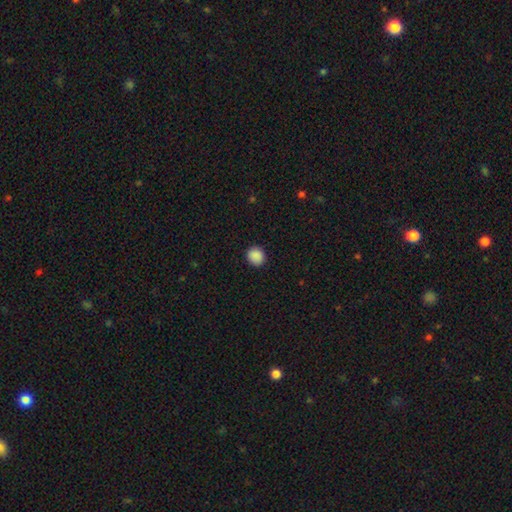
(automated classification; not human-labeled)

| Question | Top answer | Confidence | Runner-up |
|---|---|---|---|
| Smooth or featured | smooth | 89% | star or artifact (9%) |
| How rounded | round | 85% | in between (14%) |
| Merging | none | 91% | minor disturbance (6%) |